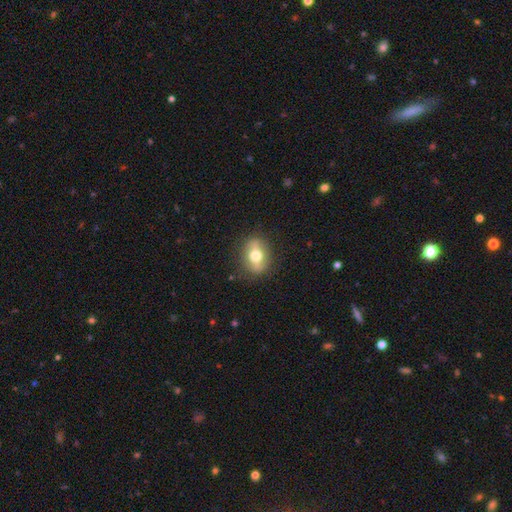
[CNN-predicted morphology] smooth-or-featured: smooth: 54% | featured or disk: 39% | star or artifact: 7%
  how-rounded: in between: 66% | round: 30% | cigar-shaped: 4%
  merging: none: 82% | minor disturbance: 13% | major disturbance: 4% | merger: 1%